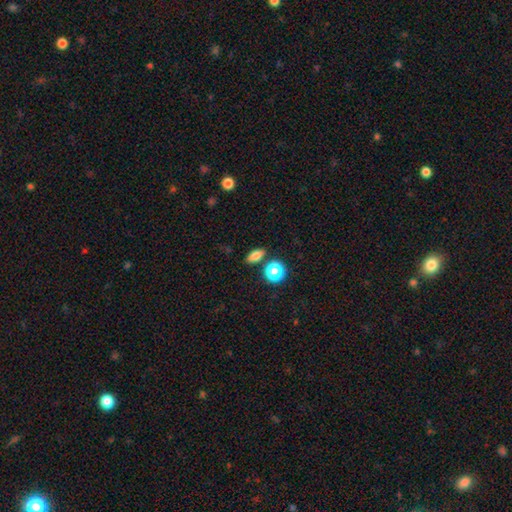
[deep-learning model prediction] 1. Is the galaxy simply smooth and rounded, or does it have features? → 78% smooth, 13% star or artifact, 10% featured or disk.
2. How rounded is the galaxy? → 71% in between, 16% round, 12% cigar-shaped.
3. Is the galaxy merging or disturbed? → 82% none, 9% minor disturbance, 6% merger, 3% major disturbance.